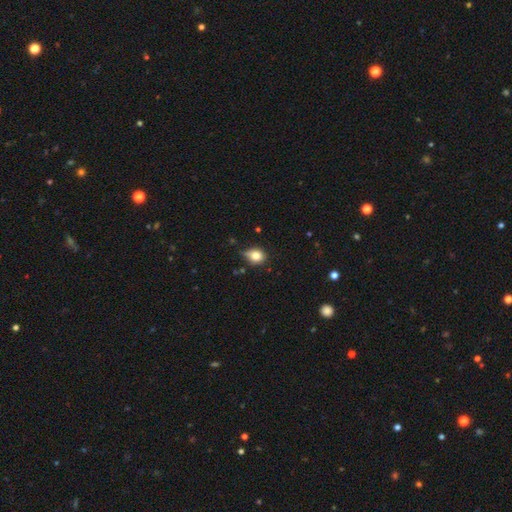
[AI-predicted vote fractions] A smooth galaxy with no disk features (79%) that is round (54%). Merging: none (51%).